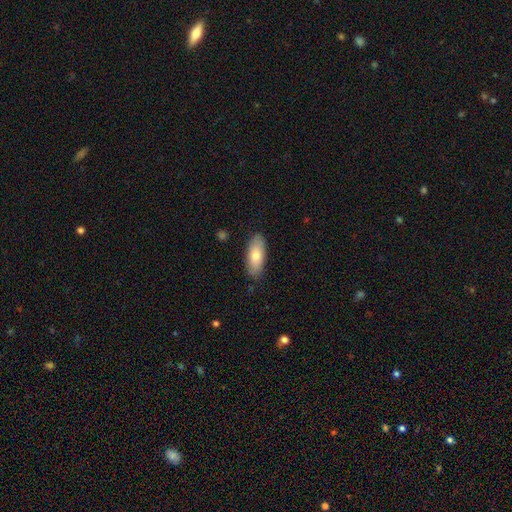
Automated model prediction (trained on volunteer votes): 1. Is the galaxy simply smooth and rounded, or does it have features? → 77% smooth, 17% featured or disk, 6% star or artifact.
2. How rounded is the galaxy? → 81% in between, 17% cigar-shaped, 2% round.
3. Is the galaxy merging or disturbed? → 86% none, 11% minor disturbance, 2% major disturbance, 1% merger.